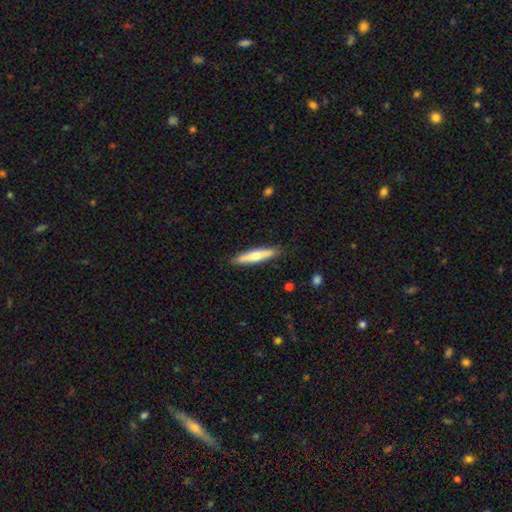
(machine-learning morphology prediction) Smooth or featured? Predicted: smooth (p=0.57). How rounded? Predicted: cigar-shaped (p=0.87). Merging? Predicted: none (p=0.89).